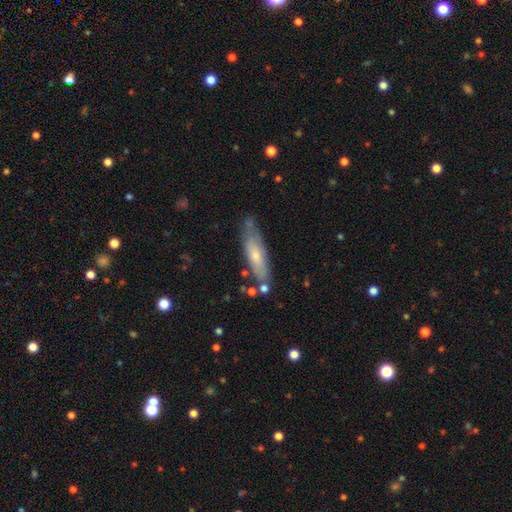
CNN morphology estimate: This is possibly a smooth galaxy (58%). How rounded: likely cigar-shaped (66%). Merging: likely none (65%).